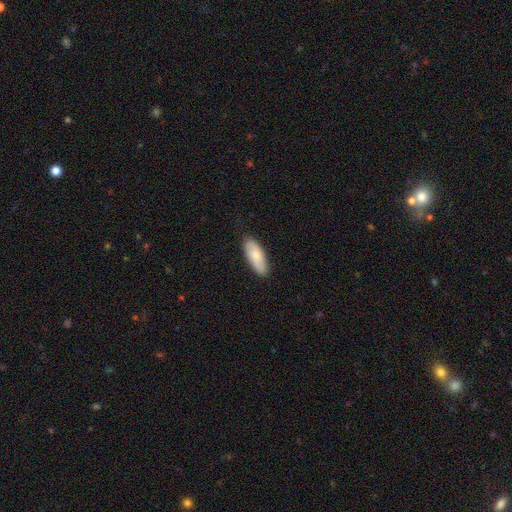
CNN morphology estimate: Q: Smooth or featured?
A: smooth (78%); runner-up: featured or disk (17%)
Q: How rounded?
A: in between (73%); runner-up: cigar-shaped (25%)
Q: Merging?
A: none (84%); runner-up: minor disturbance (13%)